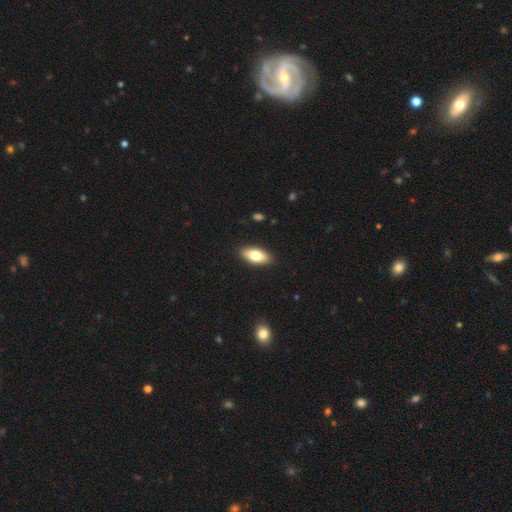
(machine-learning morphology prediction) Q: Smooth or featured?
A: smooth (75%); runner-up: featured or disk (18%)
Q: How rounded?
A: in between (86%); runner-up: cigar-shaped (11%)
Q: Merging?
A: none (90%); runner-up: minor disturbance (8%)